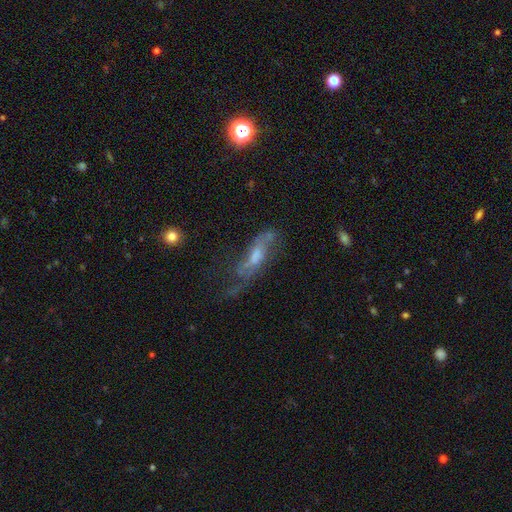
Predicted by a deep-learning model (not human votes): Smooth or featured: featured or disk — 66% (smooth — 23%)
Edge-on disk: no — 73% (yes — 27%)
Merging: none — 41% (major disturbance — 31%)